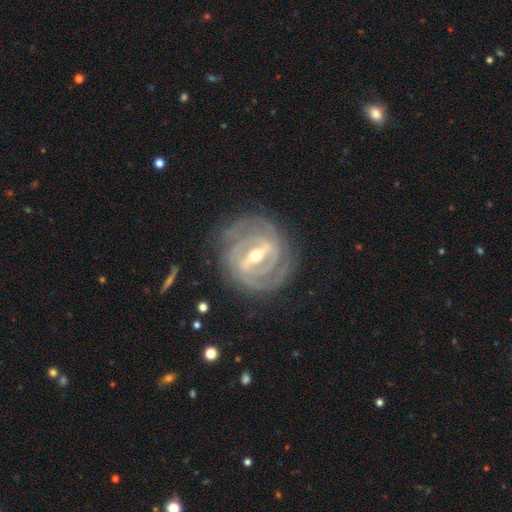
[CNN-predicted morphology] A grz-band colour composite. It shows a featured or disk galaxy (92%) with a strong bar (74%), 2 (31%) tight (81%) spiral arms (96%) and a moderate central bulge (63%). Merging: none (82%).